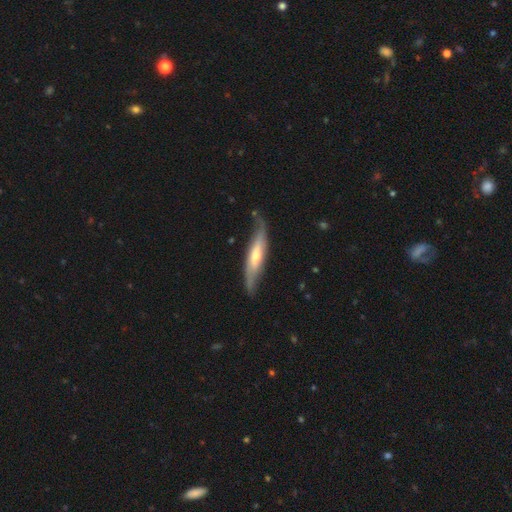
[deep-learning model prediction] Smooth or featured?
  - featured or disk: 61% *
  - smooth: 34%
  - star or artifact: 5%
Edge-on disk?
  - yes: 59% *
  - no: 41%
Merging?
  - none: 70% *
  - minor disturbance: 22%
  - major disturbance: 6%
  - merger: 2%